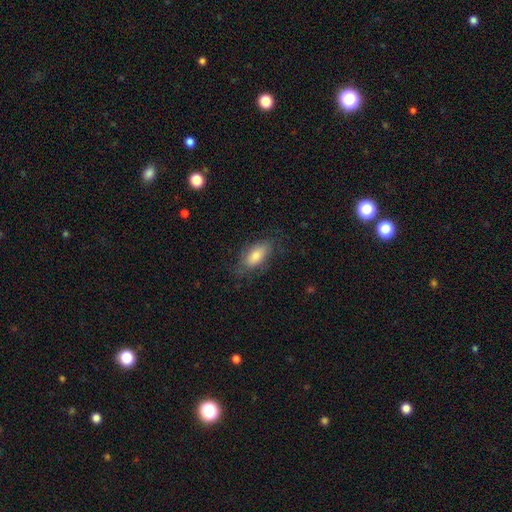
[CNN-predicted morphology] Smooth or featured? Predicted: smooth (p=0.73). How rounded? Predicted: in between (p=0.85). Merging? Predicted: none (p=0.72).